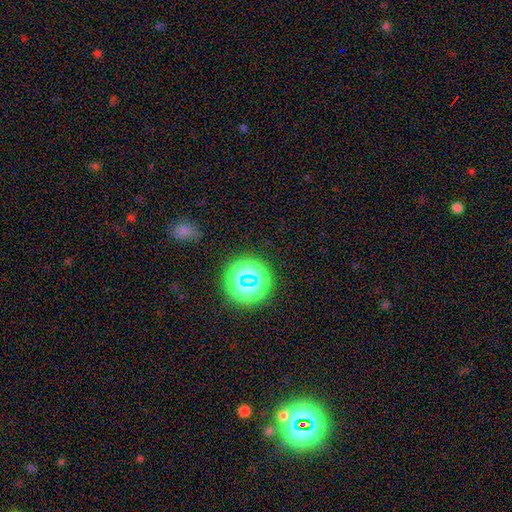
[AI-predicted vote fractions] A star or artifact, not a galaxy (69%).

Vote fractions:
- Smooth or featured? star or artifact: 69% / smooth: 23% / featured or disk: 9%